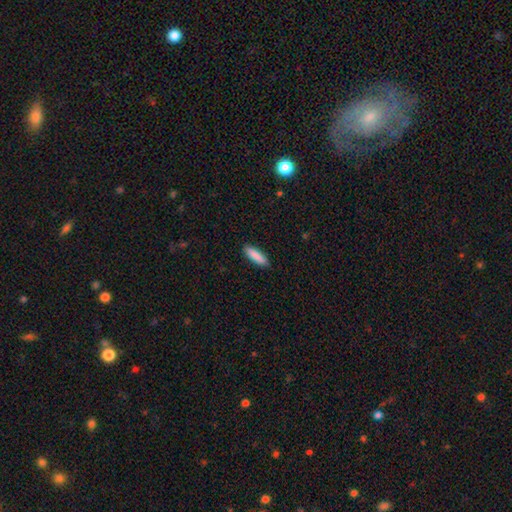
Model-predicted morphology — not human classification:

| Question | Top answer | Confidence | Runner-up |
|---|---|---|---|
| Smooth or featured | smooth | 89% | star or artifact (6%) |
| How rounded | cigar-shaped | 63% | in between (36%) |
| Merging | none | 89% | minor disturbance (8%) |